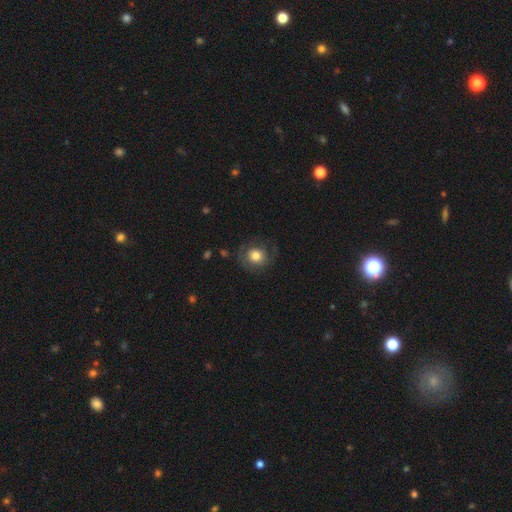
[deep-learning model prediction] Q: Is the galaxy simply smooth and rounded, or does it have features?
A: smooth — 69%.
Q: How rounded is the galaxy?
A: round — 84%.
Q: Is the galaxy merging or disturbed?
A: none — 73%.